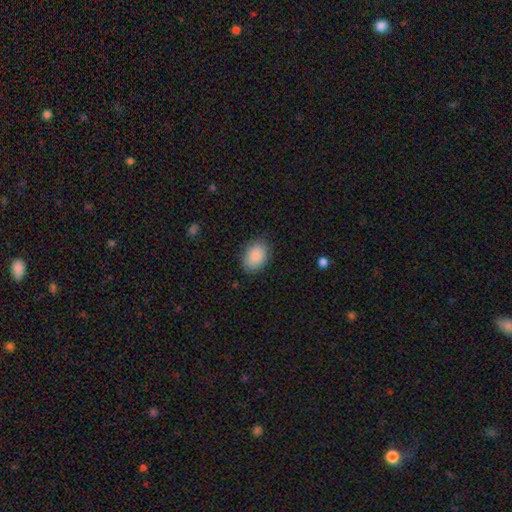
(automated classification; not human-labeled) A smooth galaxy with no disk features (89%) that is in between round and cigar-shaped (81%).

Vote fractions:
- Smooth or featured? smooth: 89% / star or artifact: 6% / featured or disk: 5%
- How rounded? in between: 81% / round: 18% / cigar-shaped: 1%
- Merging? none: 85% / minor disturbance: 11% / major disturbance: 3% / merger: 1%